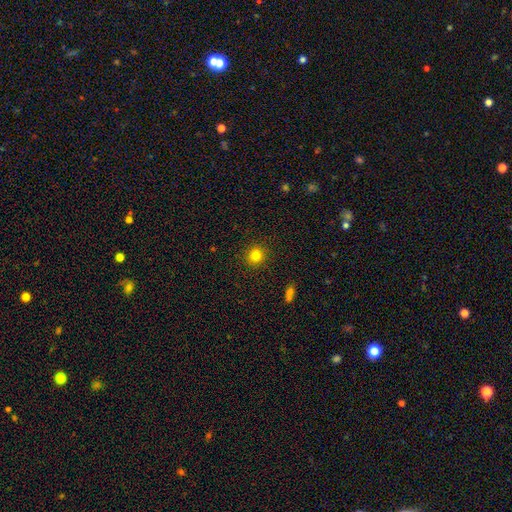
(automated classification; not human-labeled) Q: Smooth or featured?
A: smooth (81%); runner-up: star or artifact (13%)
Q: How rounded?
A: round (91%); runner-up: in between (8%)
Q: Merging?
A: none (91%); runner-up: minor disturbance (6%)